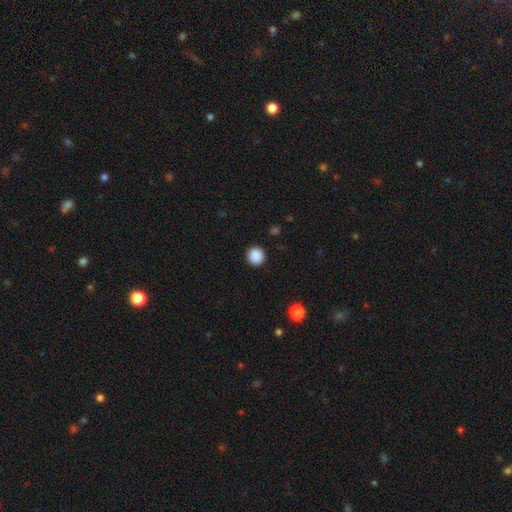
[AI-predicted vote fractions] A smooth galaxy with no disk features (89%) that is round (94%).

Vote fractions:
- Smooth or featured? smooth: 89% / star or artifact: 9% / featured or disk: 2%
- How rounded? round: 94% / in between: 5% / cigar-shaped: 1%
- Merging? none: 92% / minor disturbance: 5% / major disturbance: 2% / merger: 1%